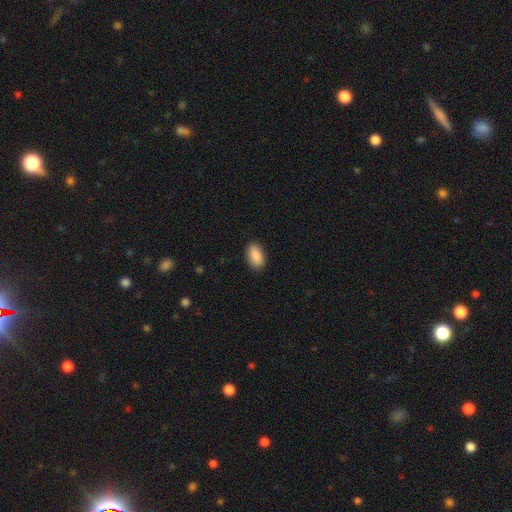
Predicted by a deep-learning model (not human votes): Q: Smooth or featured?
A: smooth (88%); runner-up: star or artifact (7%)
Q: How rounded?
A: in between (93%); runner-up: round (4%)
Q: Merging?
A: none (88%); runner-up: minor disturbance (9%)